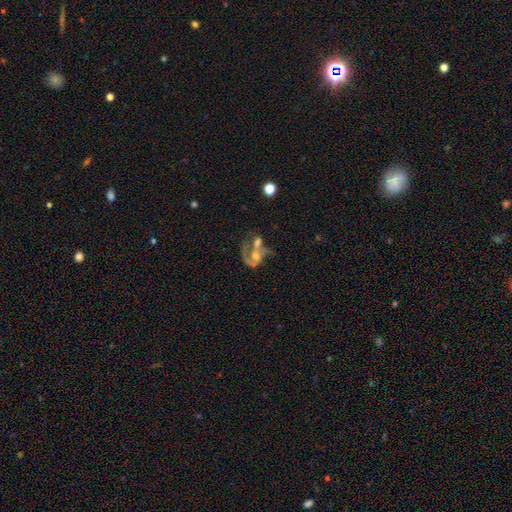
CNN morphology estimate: smooth-or-featured: featured or disk: 74% | smooth: 16% | star or artifact: 10%
  disk-edge-on: no: 97% | yes: 3%
    bar: no: 61% | weak: 29% | strong: 10%
    has-spiral-arms: yes: 81% | no: 19%
      spiral-winding: medium: 42% (tied) | loose: 42% (tied) | tight: 16%
      spiral-arm-count: 2: 52% | 1: 33% | can't tell: 9% | 3: 3% | 4: 1% | more than 4: 1%
    bulge-size: moderate: 55% | small: 30% | none: 7% | large: 6% | dominant: 2%
  merging: merger: 49% | none: 22% | major disturbance: 19% | minor disturbance: 11%